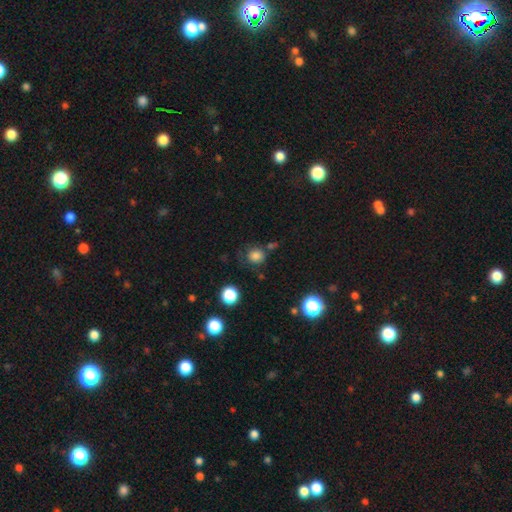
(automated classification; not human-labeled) Smooth or featured? smooth (79%)
How rounded? round (81%)
Merging? none (68%)